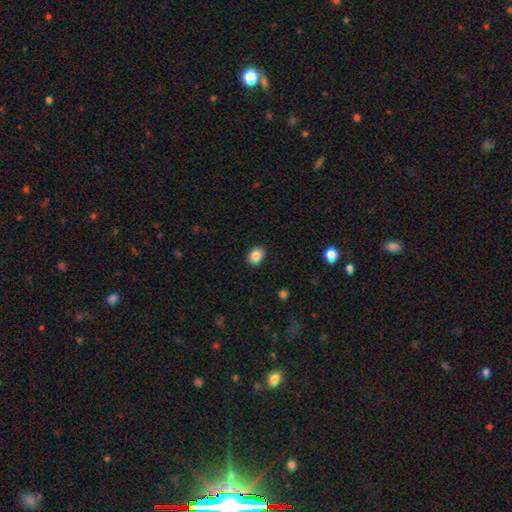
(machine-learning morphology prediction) Overall: smooth (86%). How rounded: in between (59%; round 40%). Merging: none (89%).